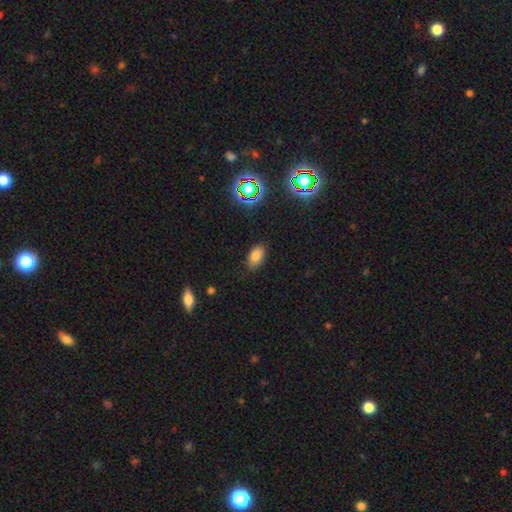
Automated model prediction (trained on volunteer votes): Smooth or featured? smooth (79%)
How rounded? in between (91%)
Merging? none (86%)